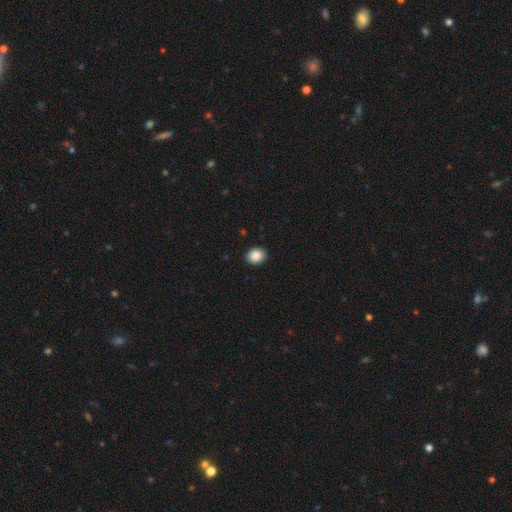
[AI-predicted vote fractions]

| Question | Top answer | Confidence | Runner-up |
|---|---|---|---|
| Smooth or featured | smooth | 88% | star or artifact (8%) |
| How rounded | in between | 50% | round (49%) |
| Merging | none | 91% | minor disturbance (6%) |